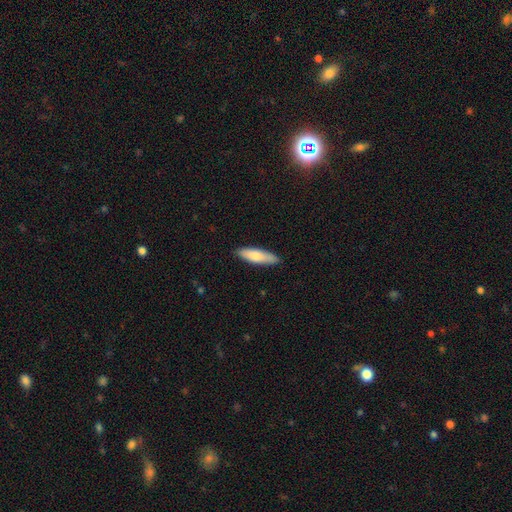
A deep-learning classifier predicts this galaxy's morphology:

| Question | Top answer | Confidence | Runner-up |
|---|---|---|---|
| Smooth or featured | smooth | 77% | featured or disk (17%) |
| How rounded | cigar-shaped | 59% | in between (39%) |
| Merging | none | 87% | minor disturbance (10%) |